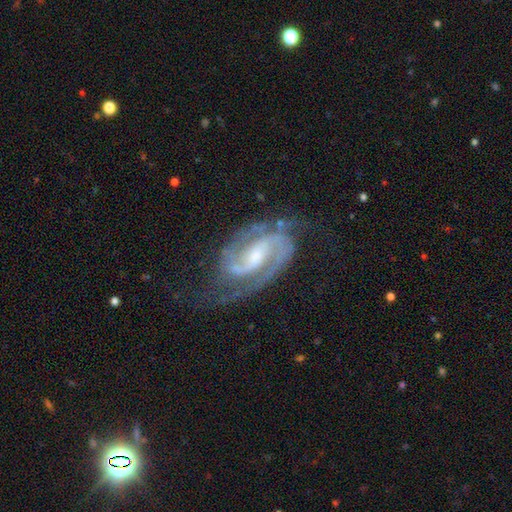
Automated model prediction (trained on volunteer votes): smooth_or_featured: featured or disk (p=0.92) [alt: star or artifact p=0.05]
disk_edge_on: no (p=0.97) [alt: yes p=0.03]
bar: weak (p=0.48) [alt: no p=0.27]
has_spiral_arms: yes (p=0.98) [alt: no p=0.02]
spiral_winding: medium (p=0.53) [alt: tight p=0.38]
spiral_arm_count: 2 (p=0.88) [alt: 3 p=0.04]
bulge_size: small (p=0.44) [alt: moderate p=0.43]
merging: none (p=0.68) [alt: minor disturbance p=0.19]